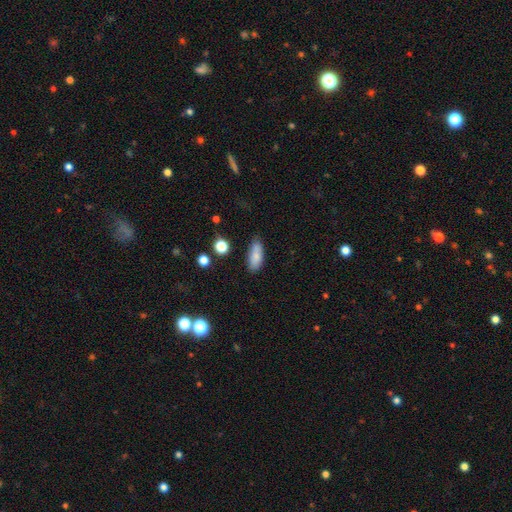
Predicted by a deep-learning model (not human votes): This is clearly a smooth galaxy (82%). How rounded: likely in between (74%). Merging: likely none (78%).